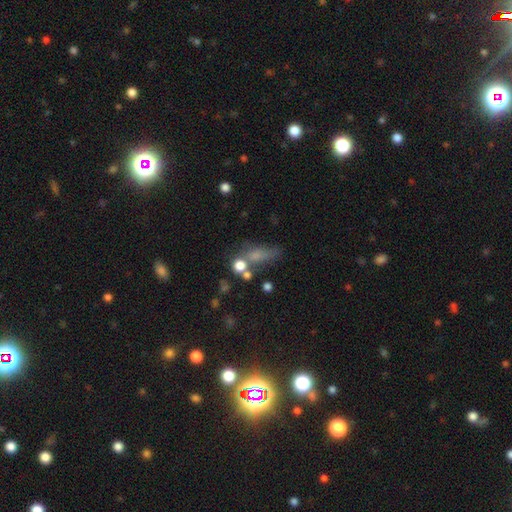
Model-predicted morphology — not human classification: smooth 58%, star or artifact 22%, featured or disk 20%. Down the decision tree: how rounded — in between (49%); merging — none (45%).